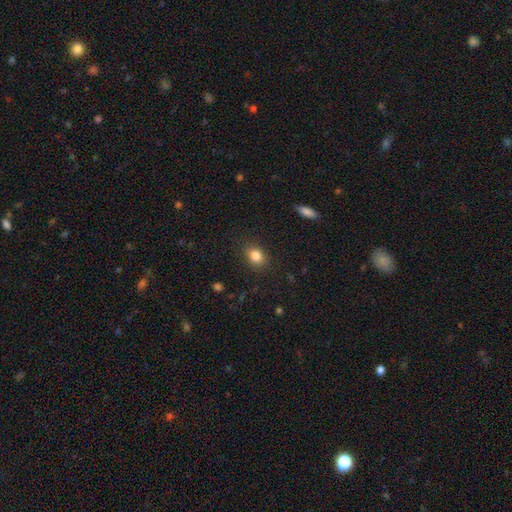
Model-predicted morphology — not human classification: This is clearly a smooth galaxy (83%). How rounded: possibly in between (55%). Merging: clearly none (85%).